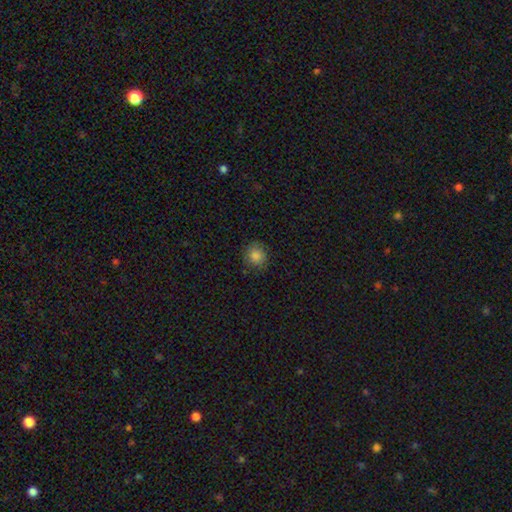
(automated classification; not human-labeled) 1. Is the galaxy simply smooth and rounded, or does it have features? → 85% smooth, 11% star or artifact, 5% featured or disk.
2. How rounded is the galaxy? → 81% round, 18% in between, 1% cigar-shaped.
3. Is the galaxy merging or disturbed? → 85% none, 11% minor disturbance, 3% major disturbance, 1% merger.